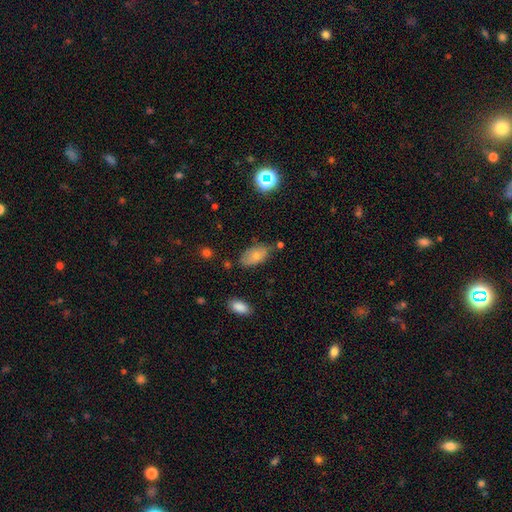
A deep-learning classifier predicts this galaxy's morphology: Smooth or featured: smooth — 73% (featured or disk — 17%)
How rounded: in between — 92% (round — 4%)
Merging: none — 62% (minor disturbance — 27%)